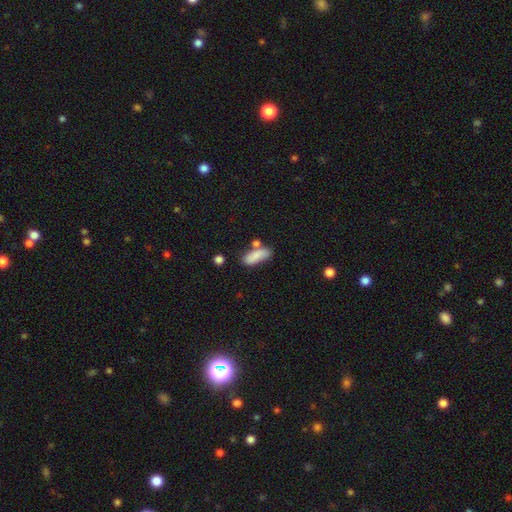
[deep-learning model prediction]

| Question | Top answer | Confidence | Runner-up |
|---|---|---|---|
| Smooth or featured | smooth | 83% | featured or disk (10%) |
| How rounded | in between | 69% | cigar-shaped (28%) |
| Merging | none | 57% | minor disturbance (19%) |